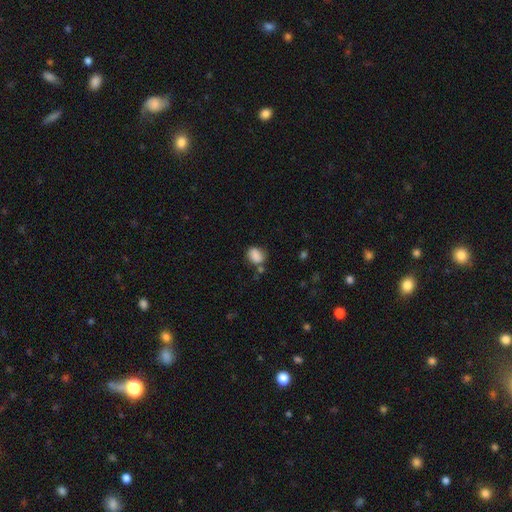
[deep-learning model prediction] Overall: smooth (83%). How rounded: in between (61%; round 37%). Merging: none (56%; minor disturbance 24%).